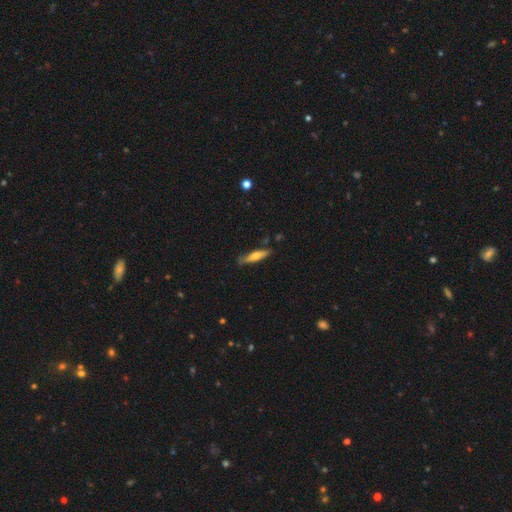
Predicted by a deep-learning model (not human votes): A smooth galaxy with no disk features (51%) that is cigar-shaped (81%).

Vote fractions:
- Smooth or featured? smooth: 51% / featured or disk: 42% / star or artifact: 6%
- How rounded? cigar-shaped: 81% / in between: 17% / round: 2%
- Merging? none: 79% / minor disturbance: 16% / major disturbance: 3% / merger: 2%